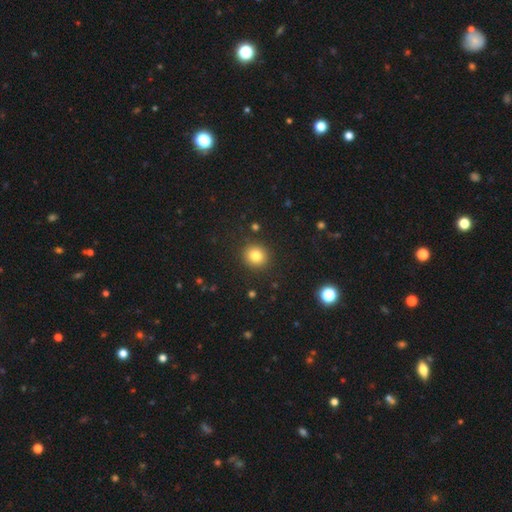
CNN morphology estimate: smooth_or_featured: smooth (p=0.81) [alt: star or artifact p=0.12]
how_rounded: round (p=0.88) [alt: in between p=0.11]
merging: none (p=0.90) [alt: minor disturbance p=0.06]